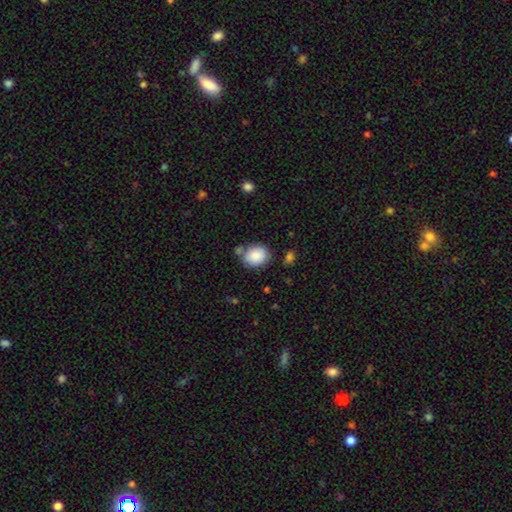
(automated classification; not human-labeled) Smooth or featured?
  - smooth: 87% *
  - star or artifact: 7%
  - featured or disk: 6%
How rounded?
  - round: 53% *
  - in between: 46%
  - cigar-shaped: 1%
Merging?
  - none: 68% *
  - minor disturbance: 16%
  - merger: 11%
  - major disturbance: 5%